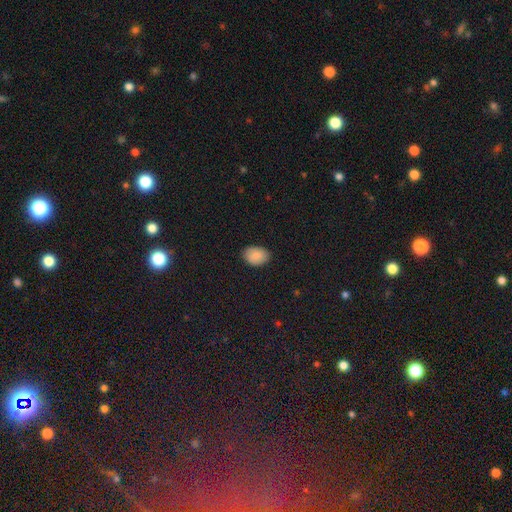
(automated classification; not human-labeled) The model was most divided on "how rounded": in between: 78%, round: 21%, cigar-shaped: 1%. More confident: merging — none (84%); smooth or featured — smooth (84%).